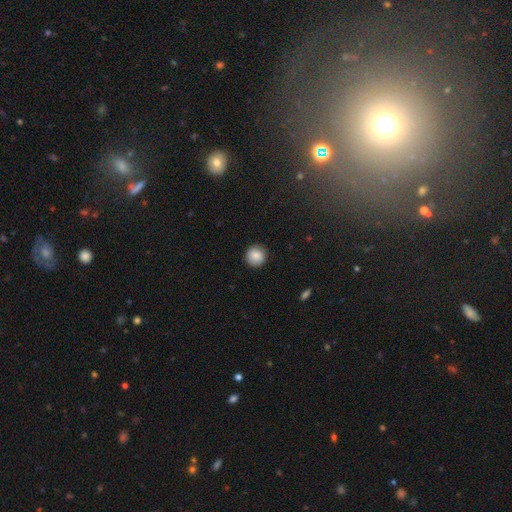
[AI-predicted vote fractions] Smooth or featured? smooth (87%)
How rounded? round (93%)
Merging? none (91%)